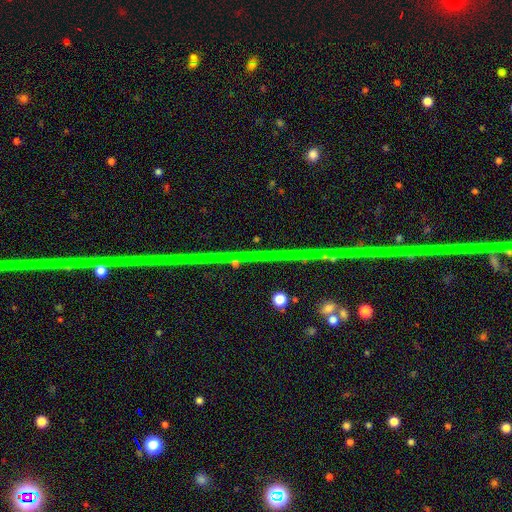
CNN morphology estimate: Smooth or featured? star or artifact (84%)